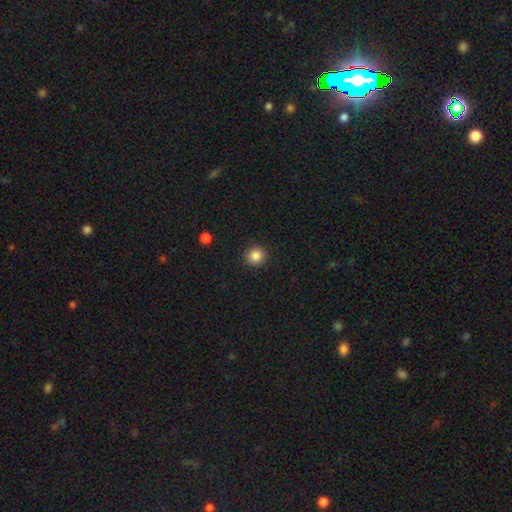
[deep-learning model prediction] smooth_or_featured: smooth (p=0.86) [alt: star or artifact p=0.10]
how_rounded: round (p=0.93) [alt: in between p=0.06]
merging: none (p=0.92) [alt: minor disturbance p=0.05]